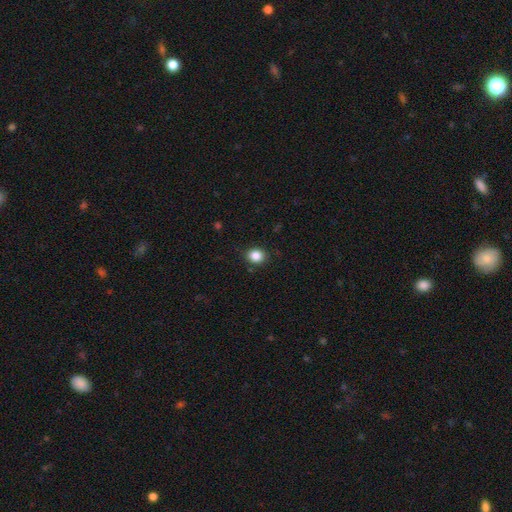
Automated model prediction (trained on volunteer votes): smooth-or-featured: smooth: 85% | star or artifact: 11% | featured or disk: 4%
  how-rounded: round: 74% | in between: 25% | cigar-shaped: 1%
  merging: none: 88% | minor disturbance: 8% | major disturbance: 2% | merger: 1%